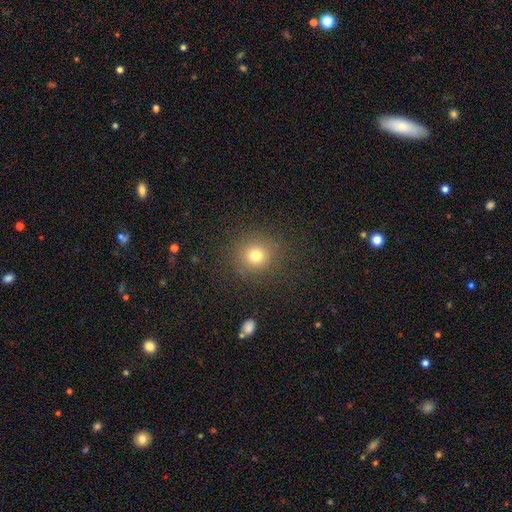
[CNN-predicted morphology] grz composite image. It shows a smooth galaxy with no disk features (75%) that is round (90%). Merging: none (87%).